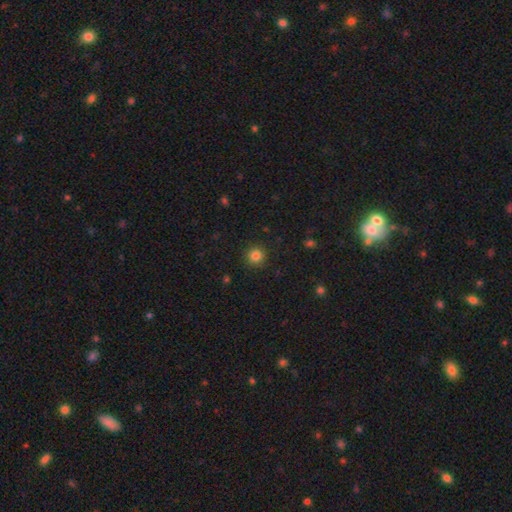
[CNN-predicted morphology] Smooth or featured: smooth — 82% (star or artifact — 13%)
How rounded: round — 94% (in between — 5%)
Merging: none — 91% (minor disturbance — 6%)